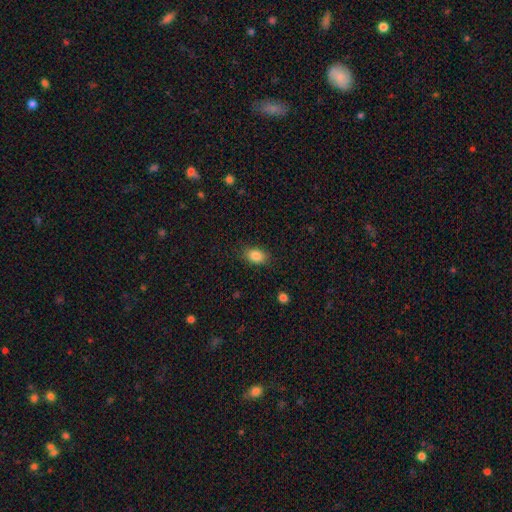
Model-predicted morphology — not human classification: Smooth or featured? smooth (85%)
How rounded? in between (84%)
Merging? none (85%)